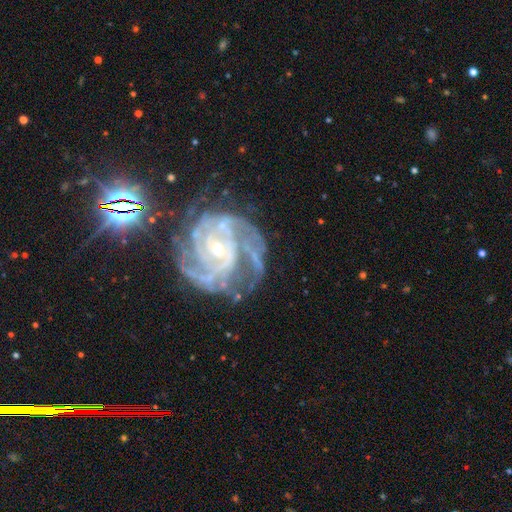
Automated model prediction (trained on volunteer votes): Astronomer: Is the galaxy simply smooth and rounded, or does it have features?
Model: featured or disk — 90%.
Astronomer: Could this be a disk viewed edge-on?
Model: no — 98%.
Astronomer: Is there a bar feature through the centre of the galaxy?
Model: no — 63%.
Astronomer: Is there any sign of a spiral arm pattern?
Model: yes — 97%.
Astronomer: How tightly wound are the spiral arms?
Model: tight — 61%.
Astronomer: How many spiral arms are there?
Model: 2 — 30% (runner-up: 3, 23%).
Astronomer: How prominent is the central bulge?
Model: small — 58% (runner-up: moderate, 38%).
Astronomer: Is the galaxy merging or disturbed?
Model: none — 55%.